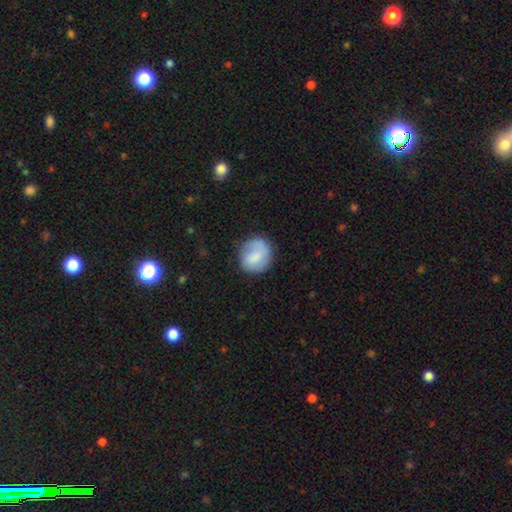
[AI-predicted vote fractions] smooth_or_featured: smooth (p=0.76) [alt: featured or disk p=0.17]
how_rounded: round (p=0.81) [alt: in between p=0.18]
merging: none (p=0.68) [alt: minor disturbance p=0.21]